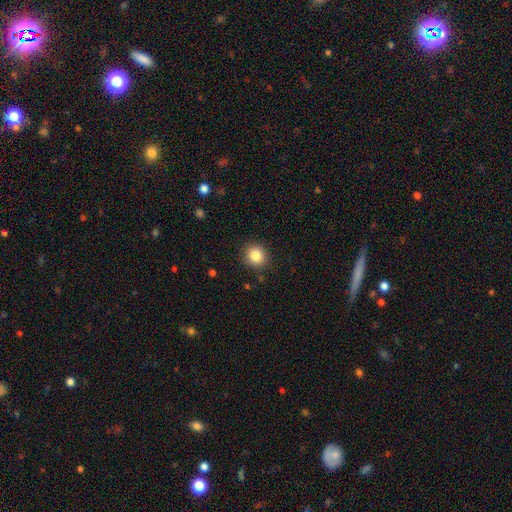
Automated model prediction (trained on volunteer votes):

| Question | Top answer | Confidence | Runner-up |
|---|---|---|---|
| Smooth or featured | smooth | 84% | star or artifact (10%) |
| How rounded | round | 87% | in between (12%) |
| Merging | none | 89% | minor disturbance (7%) |